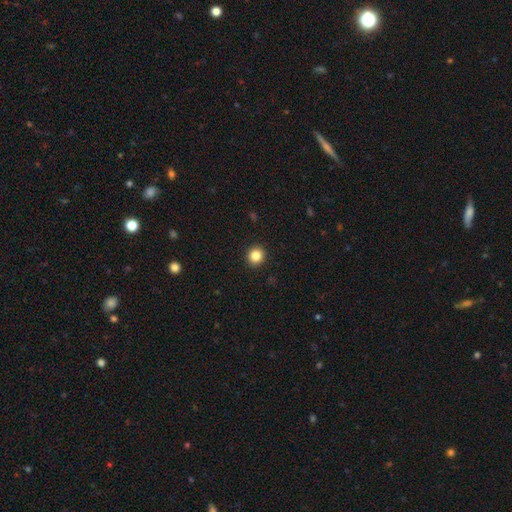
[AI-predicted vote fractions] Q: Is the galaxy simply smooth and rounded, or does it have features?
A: smooth — 84%.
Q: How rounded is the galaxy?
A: round — 91%.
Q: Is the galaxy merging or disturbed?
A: none — 93%.